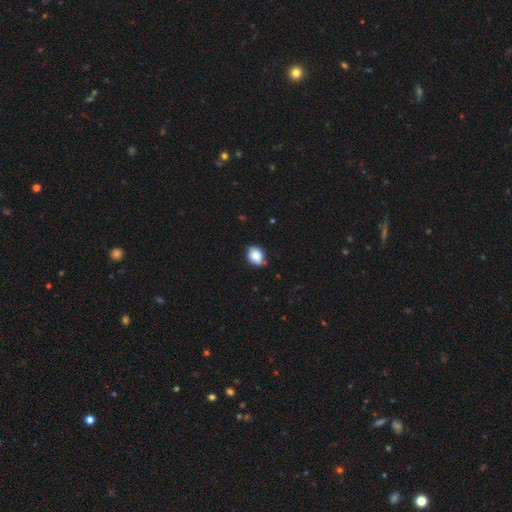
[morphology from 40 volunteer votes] Overall: smooth (80%). How rounded: round (62%; in between 38%). Merging: none (86%).